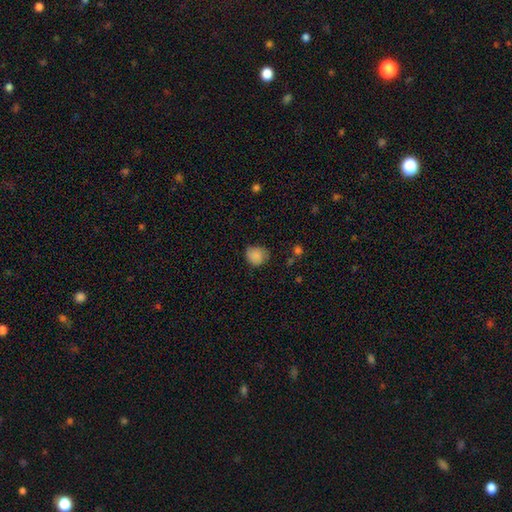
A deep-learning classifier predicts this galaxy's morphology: Smooth or featured? Predicted: smooth (p=0.83). How rounded? Predicted: round (p=0.71). Merging? Predicted: none (p=0.66).